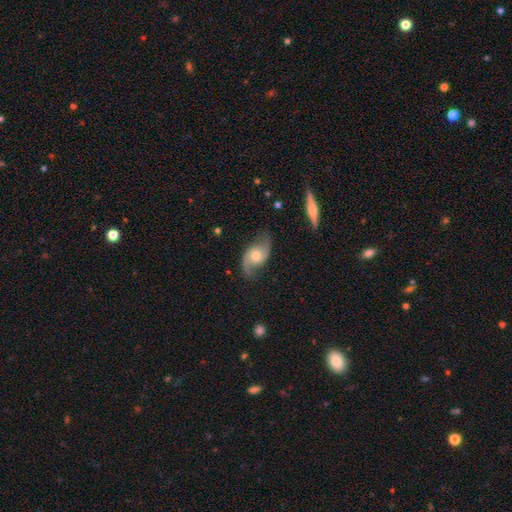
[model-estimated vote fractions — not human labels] Smooth or featured? featured or disk (82%)
Edge-on disk? no (96%)
Bar? no (67%)
Spiral arms? yes (95%)
Spiral winding? loose (54%)
Spiral arm count? 2 (92%)
Bulge size? moderate (69%)
Merging? none (75%)